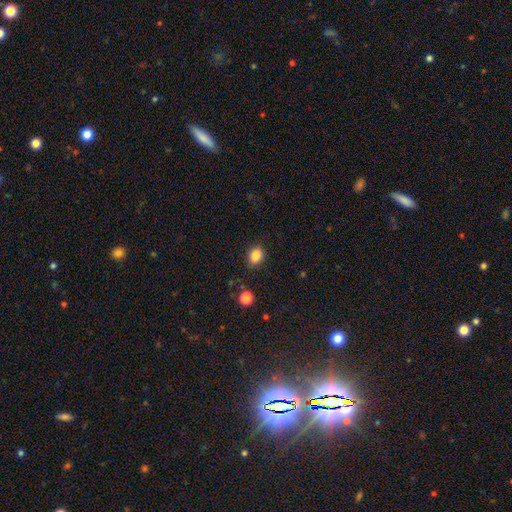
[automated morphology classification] Smooth or featured? smooth (85%)
How rounded? in between (52%)
Merging? none (83%)